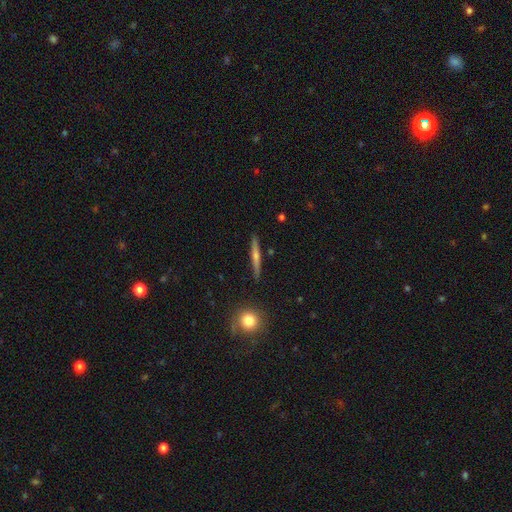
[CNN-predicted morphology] A featured or disk galaxy (66%) viewed edge-on (97%) with a rounded central bulge (78%).

Vote fractions:
- Smooth or featured? featured or disk: 66% / smooth: 27% / star or artifact: 7%
- Edge-on disk? yes: 97% / no: 3%
- Edge-on bulge? rounded: 78% / none: 17% / boxy: 5%
- Merging? none: 91% / minor disturbance: 6% / major disturbance: 1% / merger: 1%